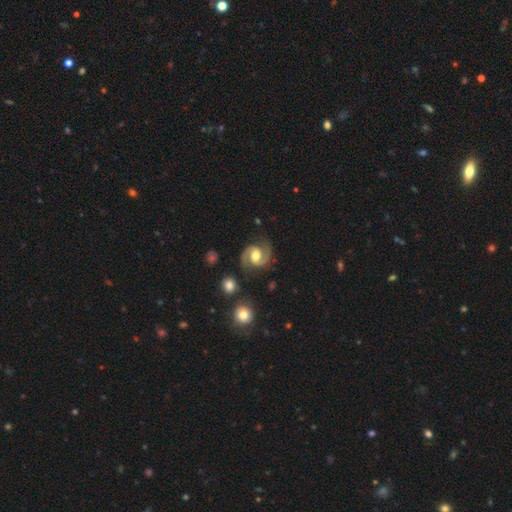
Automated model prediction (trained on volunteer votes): Smooth or featured? featured or disk (89%)
Edge-on disk? no (98%)
Bar? weak (47%)
Spiral arms? yes (97%)
Spiral winding? medium (63%)
Spiral arm count? 2 (94%)
Bulge size? moderate (70%)
Merging? none (82%)